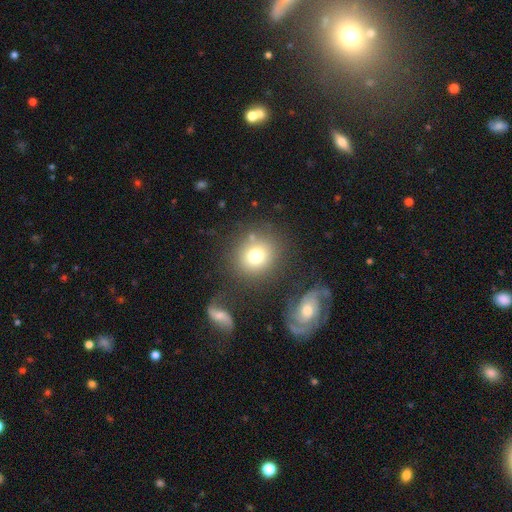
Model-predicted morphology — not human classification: The model was most divided on "smooth or featured": smooth: 75%, featured or disk: 14%, star or artifact: 12%. More confident: how rounded — round (82%); merging — none (75%).